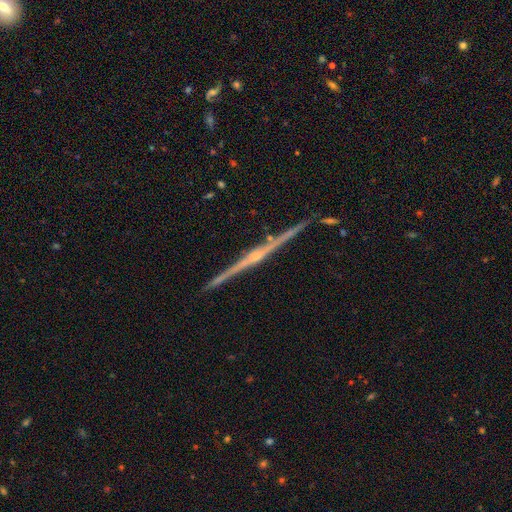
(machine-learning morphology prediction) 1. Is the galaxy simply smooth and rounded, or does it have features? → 87% featured or disk, 7% smooth, 6% star or artifact.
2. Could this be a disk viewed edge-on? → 99% yes, 1% no.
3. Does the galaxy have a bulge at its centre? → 75% rounded, 16% none, 9% boxy.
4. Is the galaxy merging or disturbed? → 89% none, 8% minor disturbance, 2% merger, 2% major disturbance.